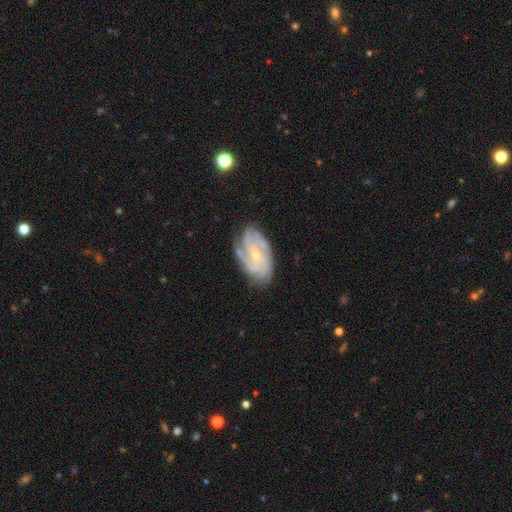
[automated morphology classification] Overall: featured or disk (81%). Edge-on disk: no (96%). Bar: no (69%). Spiral arms: yes (93%). Spiral arm count: can't tell (34%; 4 24%). Spiral winding: tight (59%; medium 31%). Bulge size: small (73%). Merging: none (72%).